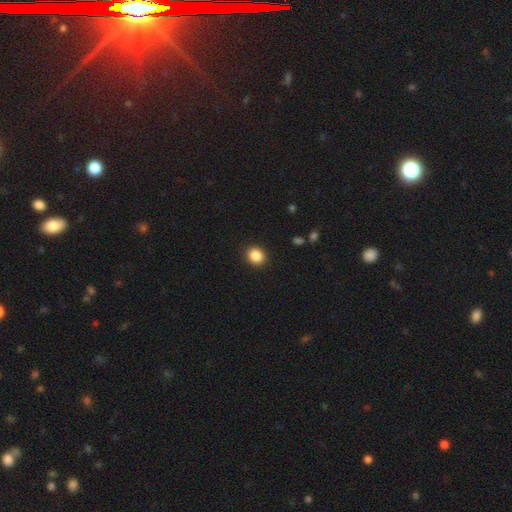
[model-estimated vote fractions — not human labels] Morphology: type=smooth (87%); roundness=round (76%); merging=none (92%).